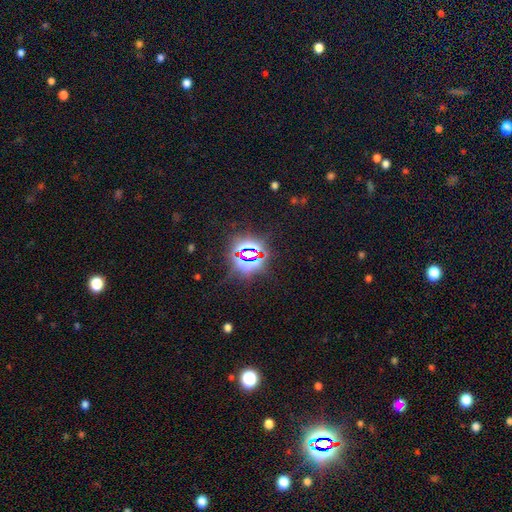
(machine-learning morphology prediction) The model was most divided on "smooth or featured": star or artifact: 81%, smooth: 11%, featured or disk: 9%.